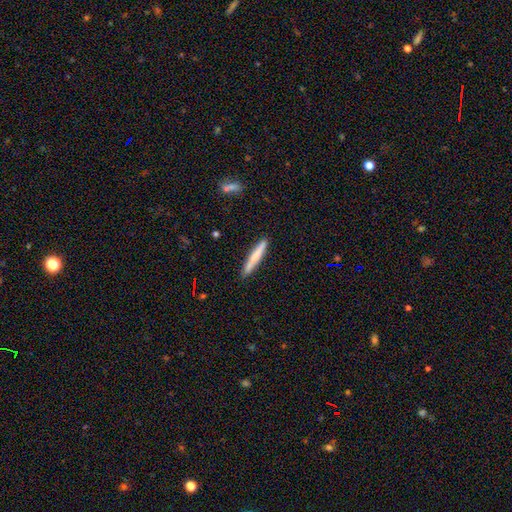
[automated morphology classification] smooth 67%, featured or disk 27%, star or artifact 6%. Down the decision tree: how rounded — cigar-shaped (95%); merging — none (89%).